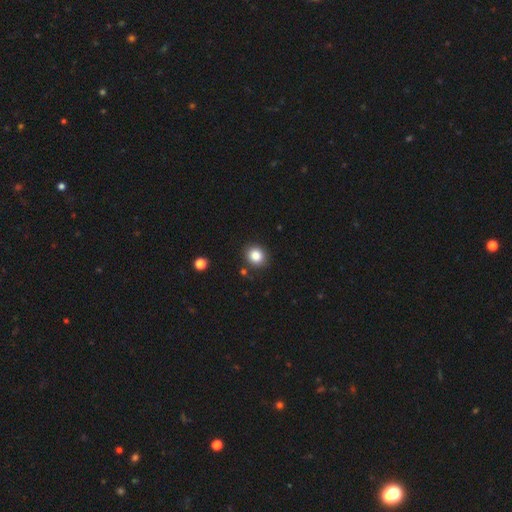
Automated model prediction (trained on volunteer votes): The model was most divided on "how rounded": round: 74%, in between: 25%, cigar-shaped: 1%. More confident: merging — none (86%); smooth or featured — smooth (85%).